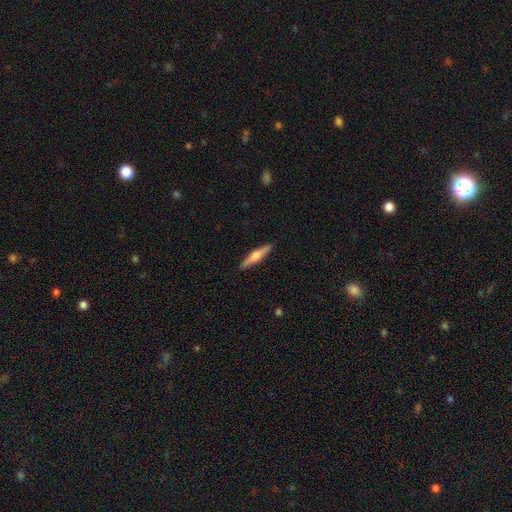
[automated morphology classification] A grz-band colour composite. It shows a featured or disk galaxy (49%). Merging: none (90%).